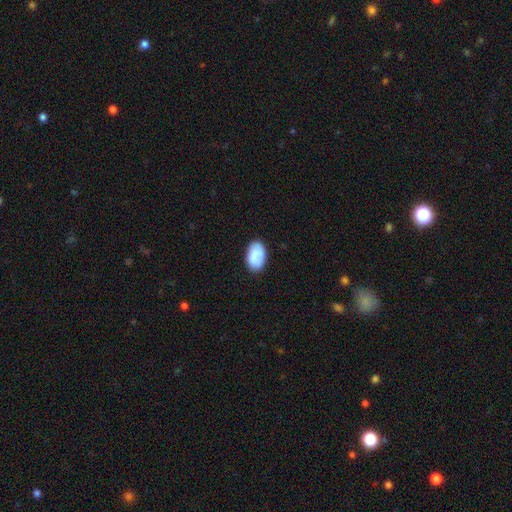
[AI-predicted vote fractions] smooth 85%, featured or disk 8%, star or artifact 6%. Down the decision tree: how rounded — in between (91%); merging — none (83%).